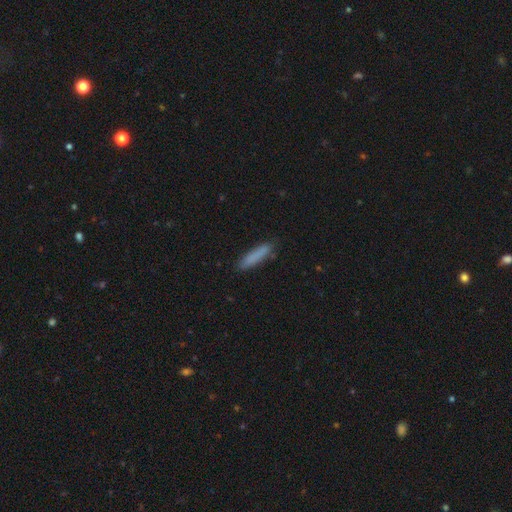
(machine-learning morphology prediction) Smooth or featured? Predicted: smooth (p=0.84). How rounded? Predicted: cigar-shaped (p=0.86). Merging? Predicted: none (p=0.86).